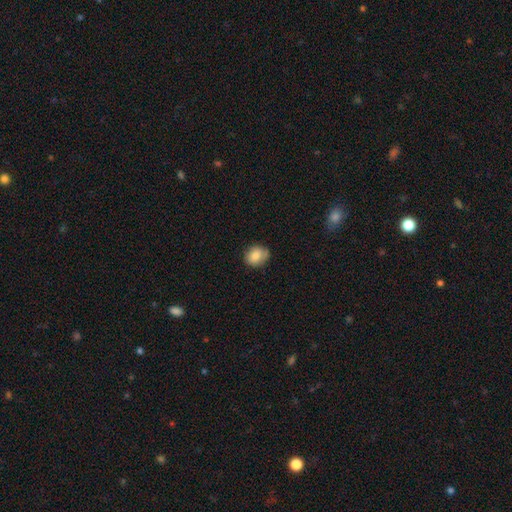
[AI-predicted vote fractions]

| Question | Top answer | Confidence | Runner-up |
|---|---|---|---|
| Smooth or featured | smooth | 81% | featured or disk (10%) |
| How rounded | round | 63% | in between (36%) |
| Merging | none | 72% | minor disturbance (22%) |